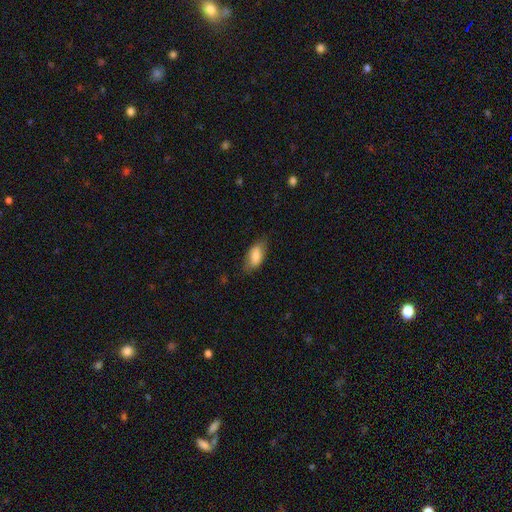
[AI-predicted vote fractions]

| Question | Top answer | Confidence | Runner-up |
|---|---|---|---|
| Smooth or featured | smooth | 79% | featured or disk (15%) |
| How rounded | in between | 89% | cigar-shaped (7%) |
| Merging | none | 73% | minor disturbance (21%) |